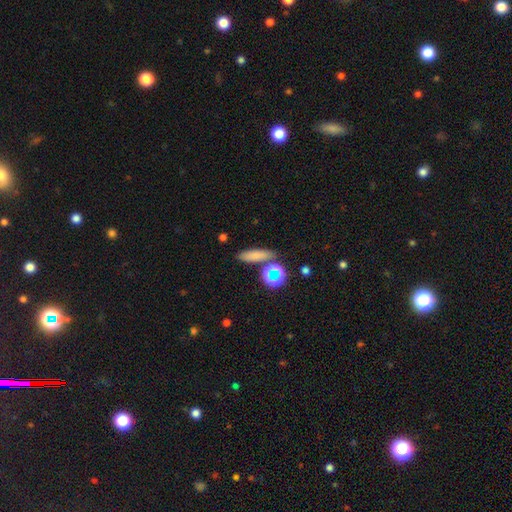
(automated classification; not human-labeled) Smooth or featured? Predicted: smooth (p=0.73). How rounded? Predicted: cigar-shaped (p=0.54). Merging? Predicted: none (p=0.76).